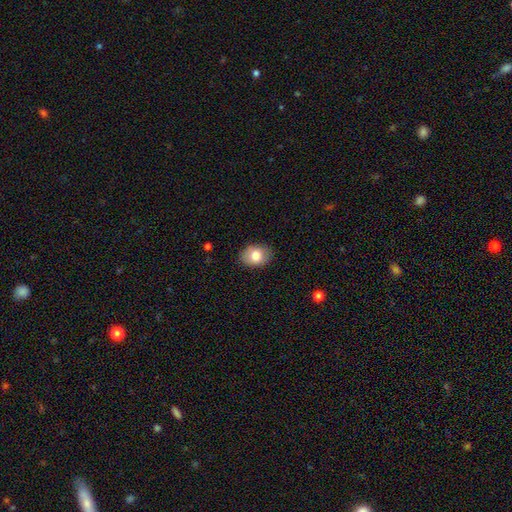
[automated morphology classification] Overall: smooth (81%). How rounded: in between (71%). Merging: none (86%).